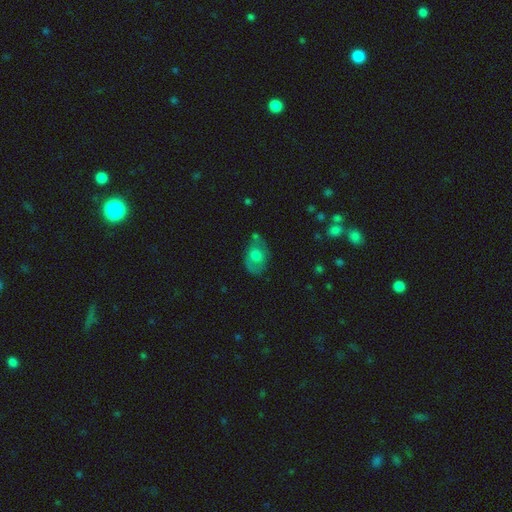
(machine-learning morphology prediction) Smooth or featured? Predicted: smooth (p=0.54). How rounded? Predicted: in between (p=0.78). Merging? Predicted: none (p=0.60).